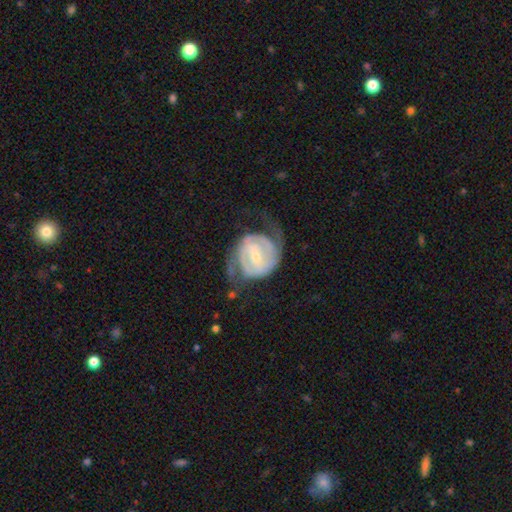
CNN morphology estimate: Smooth or featured?
  - featured or disk: 85% *
  - smooth: 11%
  - star or artifact: 5%
Edge-on disk?
  - no: 97% *
  - yes: 3%
Bar?
  - weak: 46% *
  - strong: 29%
  - no: 26%
Spiral arms?
  - yes: 93% *
  - no: 7%
Spiral winding?
  - tight: 44% *
  - medium: 40%
  - loose: 16%
Spiral arm count?
  - 2: 78% *
  - can't tell: 11%
  - 3: 4%
  - 1: 4%
  - 4: 2%
  - more than 4: 2%
Bulge size?
  - small: 69% *
  - moderate: 26%
  - none: 2%
  - large: 2%
  - dominant: 1%
Merging?
  - none: 57% *
  - major disturbance: 21%
  - minor disturbance: 20%
  - merger: 2%